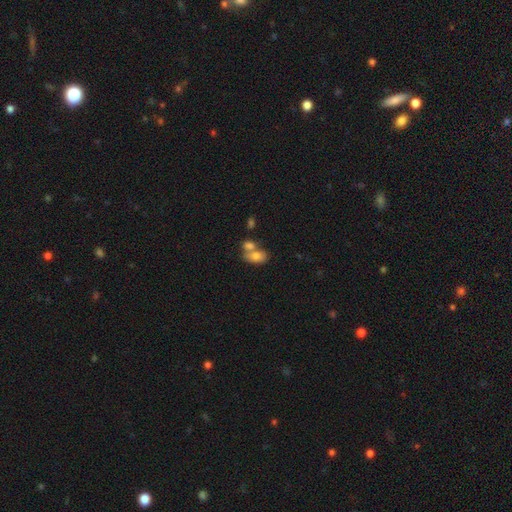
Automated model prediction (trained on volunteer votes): The model was most divided on "merging": merger: 52%, none: 32%, minor disturbance: 11%, major disturbance: 5%. More confident: how rounded — in between (86%); smooth or featured — smooth (76%).